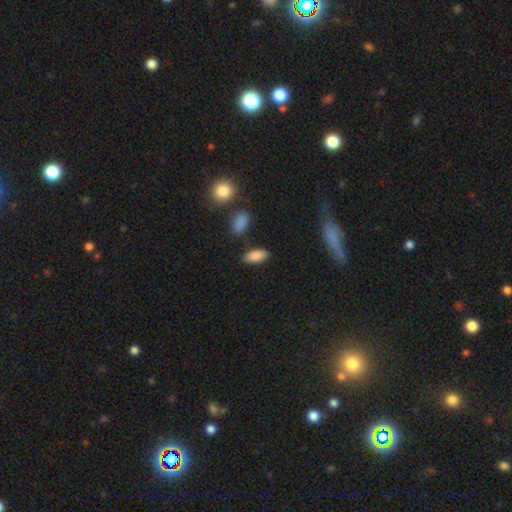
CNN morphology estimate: smooth-or-featured: smooth: 87% | star or artifact: 7% | featured or disk: 5%
  how-rounded: in between: 89% | cigar-shaped: 9% | round: 3%
  merging: none: 82% | minor disturbance: 11% | merger: 4% | major disturbance: 3%